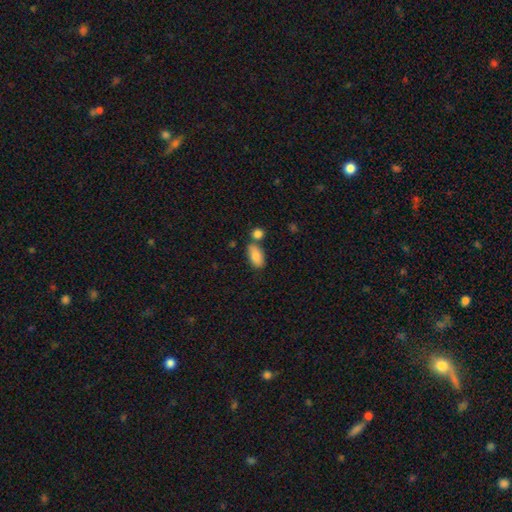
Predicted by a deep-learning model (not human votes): Overall: smooth (86%). How rounded: in between (93%). Merging: none (59%; merger 23%).